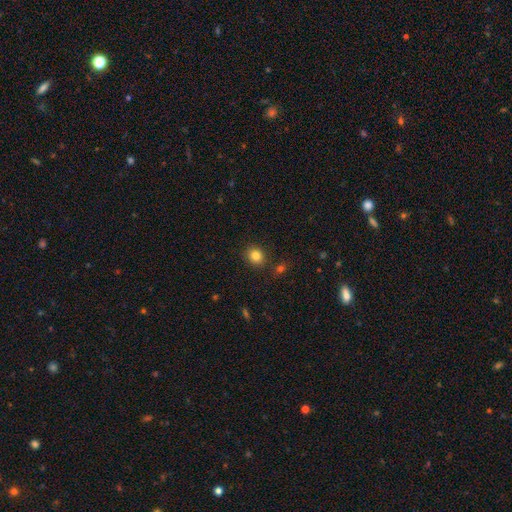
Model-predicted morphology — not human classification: Smooth or featured? smooth (83%)
How rounded? round (81%)
Merging? none (86%)